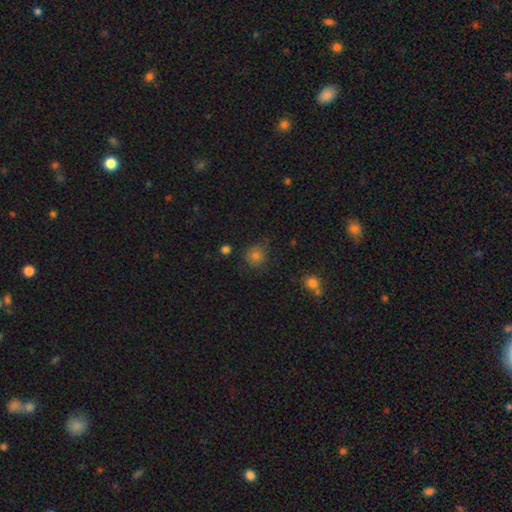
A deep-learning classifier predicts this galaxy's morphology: Smooth or featured: smooth — 73% (star or artifact — 18%)
How rounded: round — 86% (in between — 13%)
Merging: none — 74% (minor disturbance — 18%)